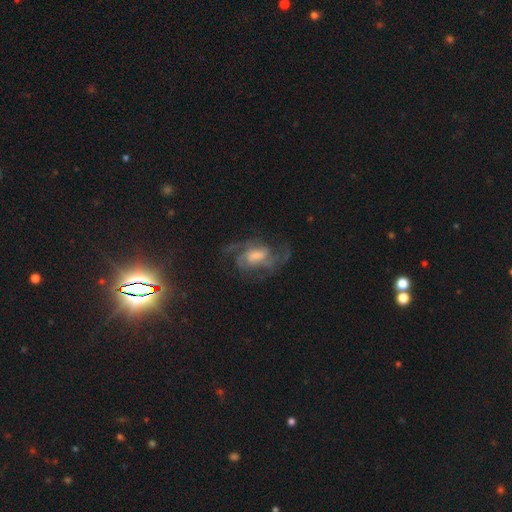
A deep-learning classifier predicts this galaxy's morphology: Overall: featured or disk (82%). Edge-on disk: no (97%). Bar: weak (46%; no 40%). Spiral arms: yes (95%). Spiral arm count: 2 (32%; 3 29%). Spiral winding: medium (52%; tight 29%). Bulge size: moderate (43%; large 22%). Merging: none (65%).